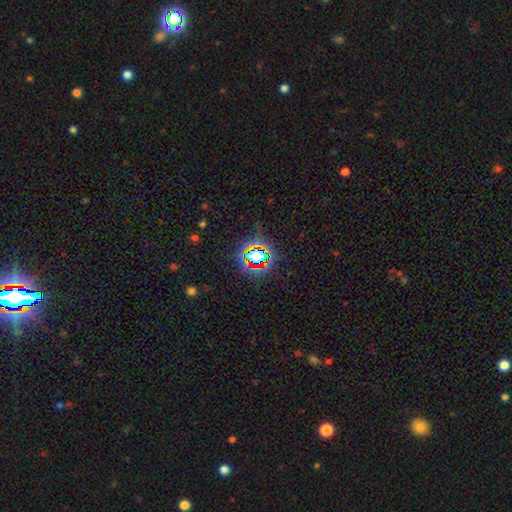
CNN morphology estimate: This is likely a star or artifact rather than a galaxy (69%).